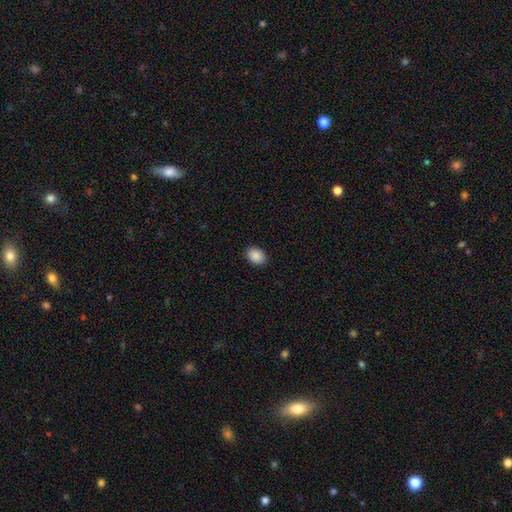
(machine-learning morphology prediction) The model was most divided on "how rounded": in between: 69%, round: 30%, cigar-shaped: 1%. More confident: merging — none (90%); smooth or featured — smooth (90%).